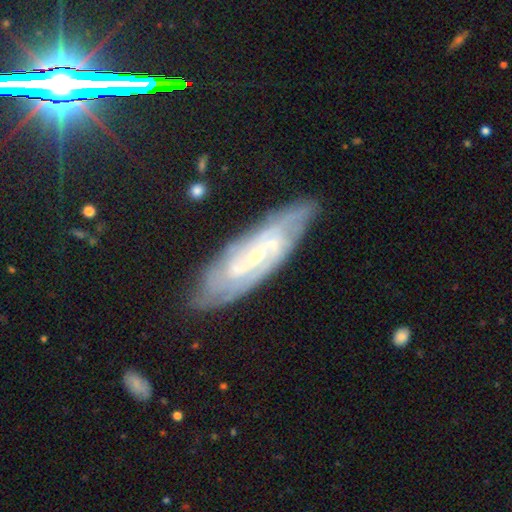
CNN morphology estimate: A featured or disk galaxy (80%) with a weak bar (45%), 2 (39%) tight (55%) spiral arms (94%) and a small central bulge (66%).

Vote fractions:
- Smooth or featured? featured or disk: 80% / smooth: 12% / star or artifact: 8%
- Edge-on disk? no: 84% / yes: 16%
- Bar? weak: 45% / strong: 29% / no: 25%
- Spiral arms? yes: 94% / no: 6%
- Spiral winding? tight: 55% / medium: 35% / loose: 10%
- Spiral arm count? 2: 39% / can't tell: 33% / 3: 13% / 4: 6% / more than 4: 4% / 1: 4%
- Bulge size? small: 66% / moderate: 23% / none: 8% / large: 2% / dominant: 1%
- Merging? none: 77% / minor disturbance: 17% / major disturbance: 4% / merger: 2%